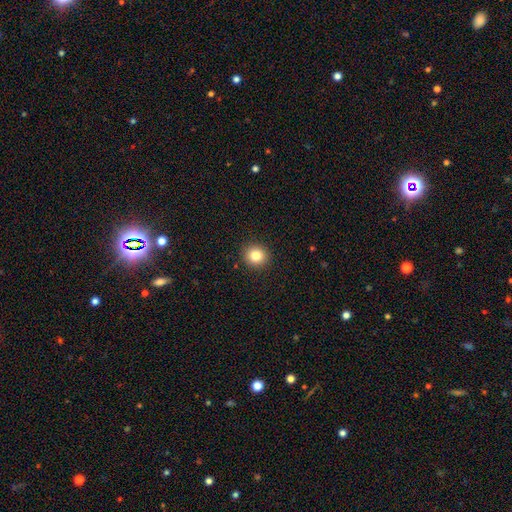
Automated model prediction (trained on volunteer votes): smooth_or_featured: smooth (p=0.82) [alt: star or artifact p=0.11]
how_rounded: round (p=0.88) [alt: in between p=0.11]
merging: none (p=0.92) [alt: minor disturbance p=0.05]